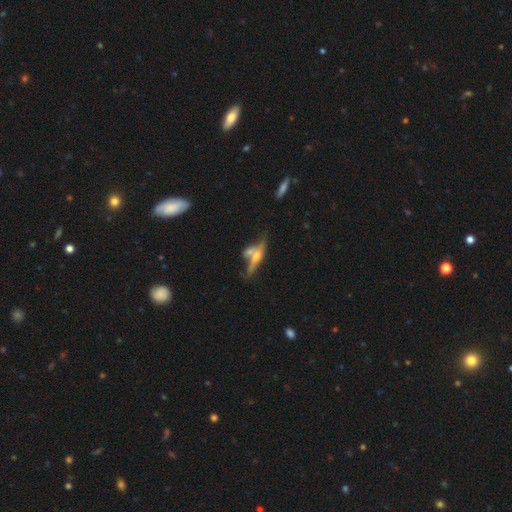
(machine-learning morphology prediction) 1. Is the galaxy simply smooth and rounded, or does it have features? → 58% featured or disk, 34% smooth, 9% star or artifact.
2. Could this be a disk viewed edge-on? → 75% yes, 25% no.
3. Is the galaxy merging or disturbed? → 42% merger, 34% none, 14% minor disturbance, 10% major disturbance.